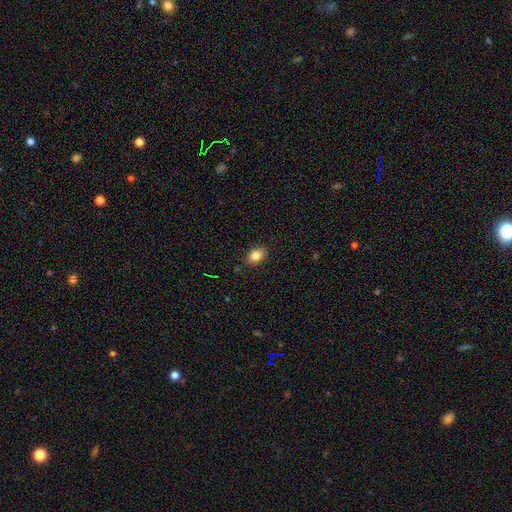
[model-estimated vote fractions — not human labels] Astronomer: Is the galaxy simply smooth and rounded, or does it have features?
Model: smooth — 84%.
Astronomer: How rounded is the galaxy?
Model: in between — 78%.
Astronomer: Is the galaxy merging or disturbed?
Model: none — 85%.